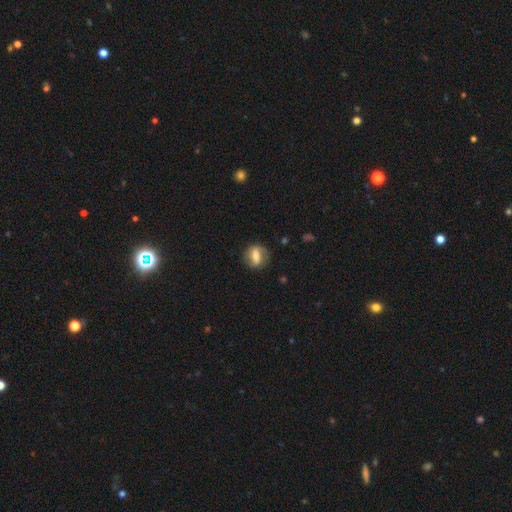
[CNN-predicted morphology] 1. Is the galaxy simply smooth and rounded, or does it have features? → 51% smooth, 41% featured or disk, 8% star or artifact.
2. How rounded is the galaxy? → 47% in between, 46% round, 7% cigar-shaped.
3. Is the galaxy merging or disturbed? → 80% none, 14% minor disturbance, 5% major disturbance, 2% merger.